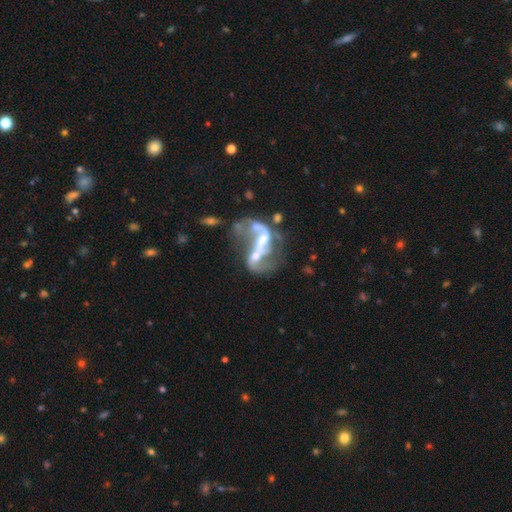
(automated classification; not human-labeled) smooth_or_featured: featured or disk (p=0.78) [alt: smooth p=0.12]
disk_edge_on: no (p=0.97) [alt: yes p=0.03]
bar: weak (p=0.38) [tied with: no p=0.38]
has_spiral_arms: yes (p=0.72) [alt: no p=0.28]
spiral_winding: loose (p=0.72) [alt: medium p=0.23]
spiral_arm_count: 2 (p=0.72) [alt: can't tell p=0.11]
bulge_size: moderate (p=0.40) [alt: small p=0.27]
merging: merger (p=0.49) [alt: major disturbance p=0.25]